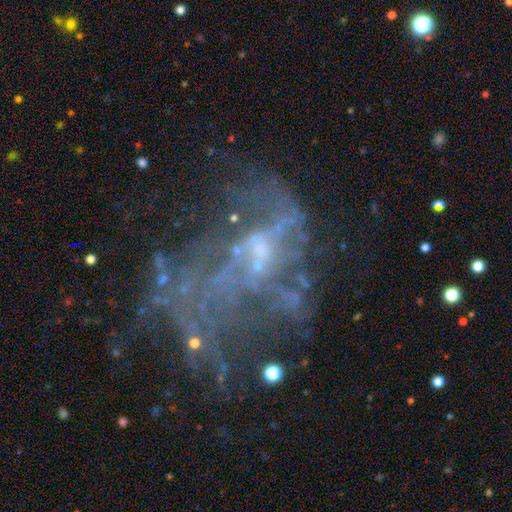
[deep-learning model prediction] The model was most divided on "merging": major disturbance: 45%, none: 30%, minor disturbance: 14%, merger: 11%. More confident: edge-on disk — no (97%); spiral arms — no (78%); bar — no (73%); smooth or featured — featured or disk (61%); bulge size — none (51%).